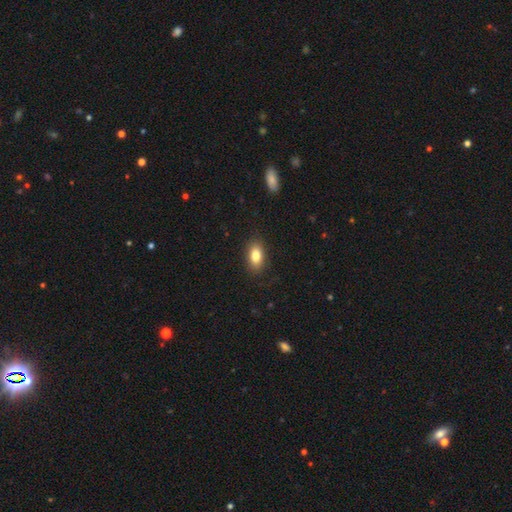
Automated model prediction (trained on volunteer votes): The model was most divided on "smooth or featured": smooth: 83%, featured or disk: 9%, star or artifact: 8%. More confident: how rounded — in between (88%); merging — none (86%).